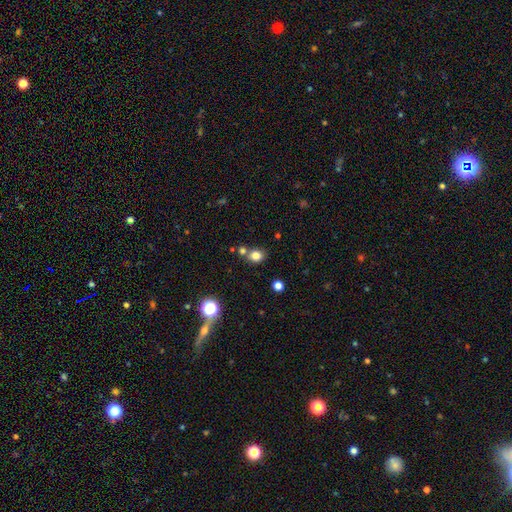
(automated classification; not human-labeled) Smooth or featured? smooth (80%)
How rounded? round (65%)
Merging? none (68%)